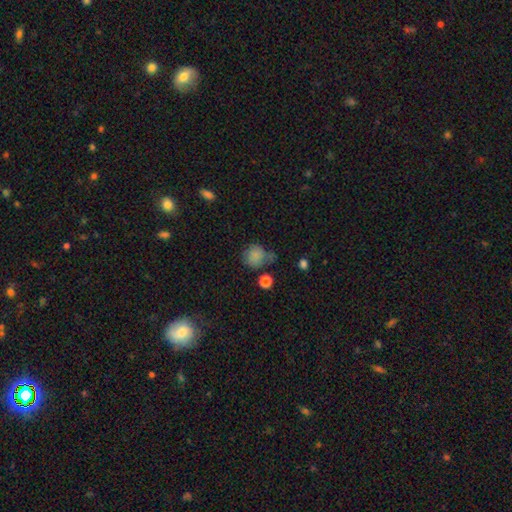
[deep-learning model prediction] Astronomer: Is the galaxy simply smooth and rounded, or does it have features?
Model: smooth — 82%.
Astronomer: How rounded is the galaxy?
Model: round — 82%.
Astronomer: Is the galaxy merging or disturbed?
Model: none — 56%.